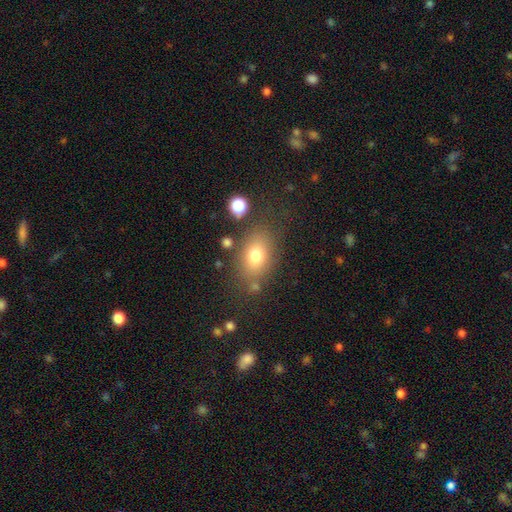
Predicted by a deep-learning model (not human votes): Smooth or featured?
  - smooth: 74% *
  - featured or disk: 14%
  - star or artifact: 12%
How rounded?
  - in between: 77% *
  - round: 21%
  - cigar-shaped: 2%
Merging?
  - none: 73% *
  - minor disturbance: 15%
  - major disturbance: 7%
  - merger: 5%